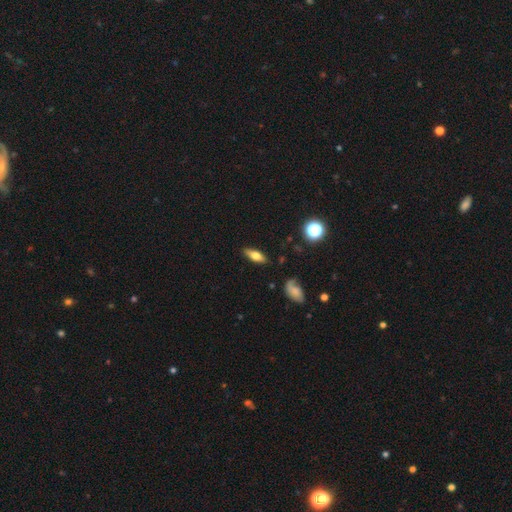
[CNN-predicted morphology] Smooth or featured? Predicted: smooth (p=0.62). How rounded? Predicted: in between (p=0.66). Merging? Predicted: none (p=0.84).